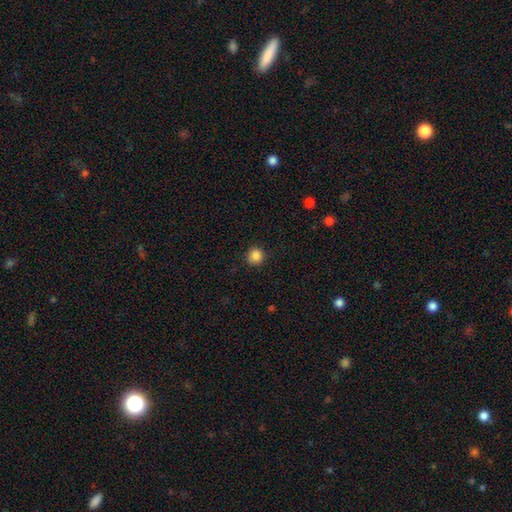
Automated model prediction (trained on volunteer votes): This appears to be a smooth galaxy with no disk features (86%) that is round (92%). Merging: none (89%).